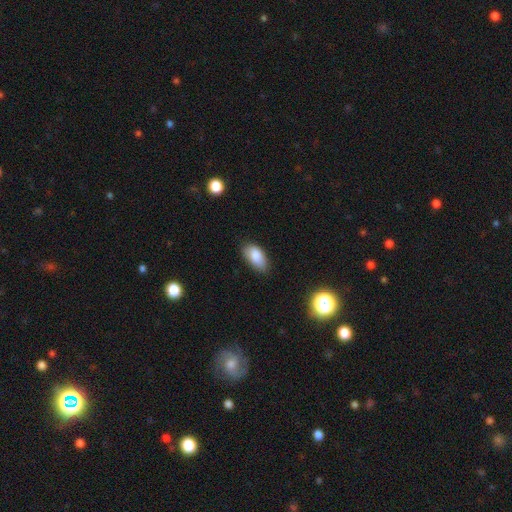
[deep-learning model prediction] Smooth or featured? Predicted: smooth (p=0.84). How rounded? Predicted: in between (p=0.93). Merging? Predicted: none (p=0.73).